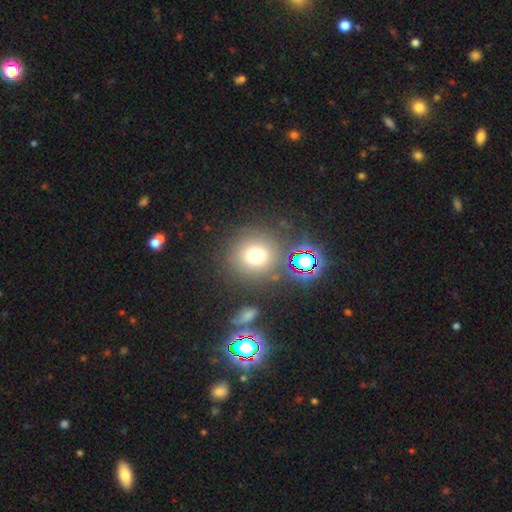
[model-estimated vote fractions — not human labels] Smooth or featured: smooth — 70% (star or artifact — 20%)
How rounded: round — 91% (in between — 8%)
Merging: none — 81% (minor disturbance — 9%)